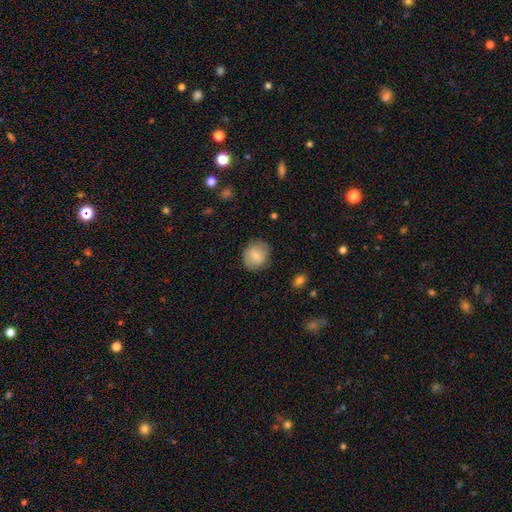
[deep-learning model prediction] Smooth or featured? Predicted: smooth (p=0.79). How rounded? Predicted: round (p=0.70). Merging? Predicted: none (p=0.82).